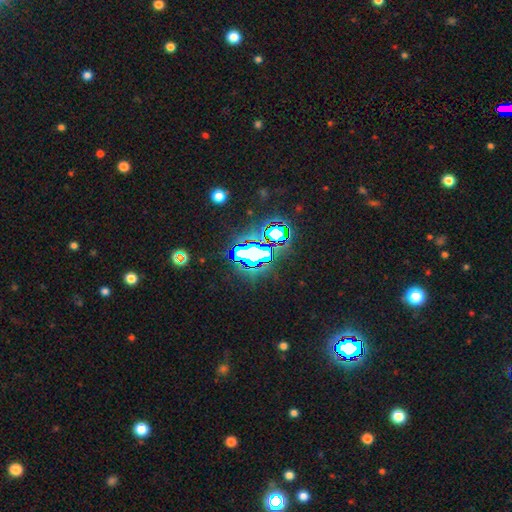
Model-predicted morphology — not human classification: A star or artifact, not a galaxy (73%).